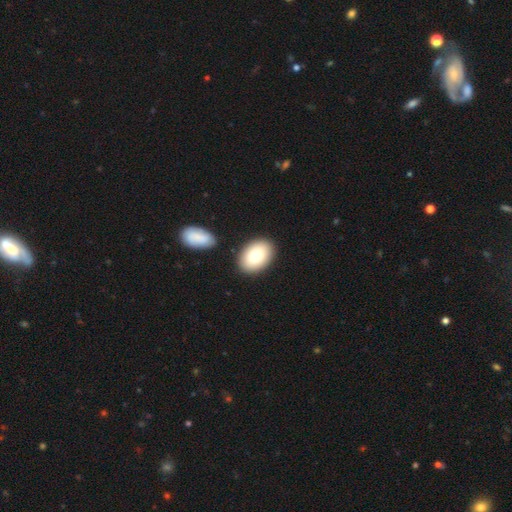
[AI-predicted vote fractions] Smooth or featured? Predicted: smooth (p=0.78). How rounded? Predicted: in between (p=0.85). Merging? Predicted: none (p=0.86).